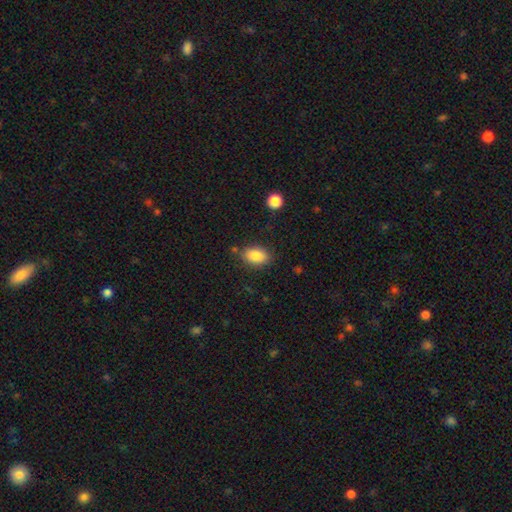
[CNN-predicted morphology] Smooth or featured? Predicted: smooth (p=0.87). How rounded? Predicted: in between (p=0.89). Merging? Predicted: none (p=0.80).